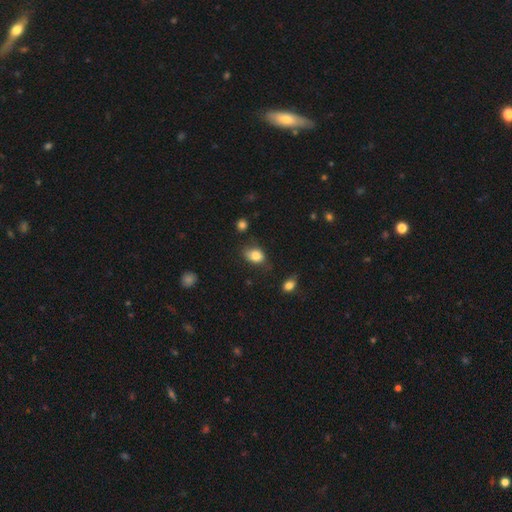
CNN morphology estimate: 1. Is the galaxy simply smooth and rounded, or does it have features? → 81% smooth, 10% featured or disk, 9% star or artifact.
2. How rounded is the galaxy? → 72% in between, 26% round, 1% cigar-shaped.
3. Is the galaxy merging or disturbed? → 59% none, 30% minor disturbance, 8% major disturbance, 3% merger.